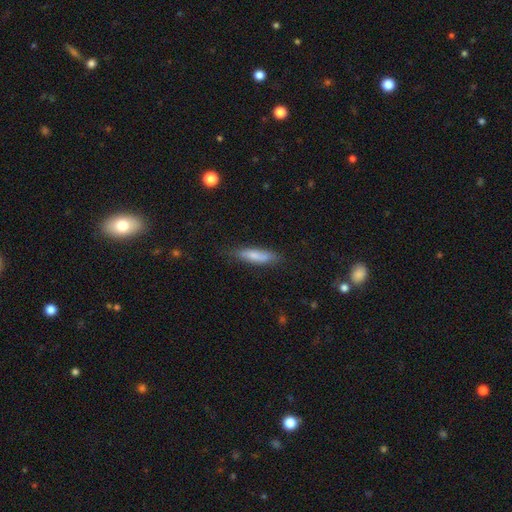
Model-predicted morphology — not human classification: This appears to be a smooth galaxy with no disk features (75%) that is cigar-shaped (70%). Merging: none (76%).